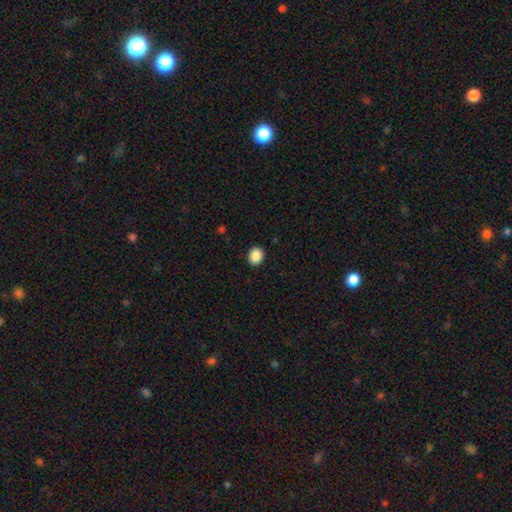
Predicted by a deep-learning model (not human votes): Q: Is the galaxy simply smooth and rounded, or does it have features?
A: smooth — 88%.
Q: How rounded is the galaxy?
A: round — 62%.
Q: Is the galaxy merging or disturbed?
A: none — 91%.